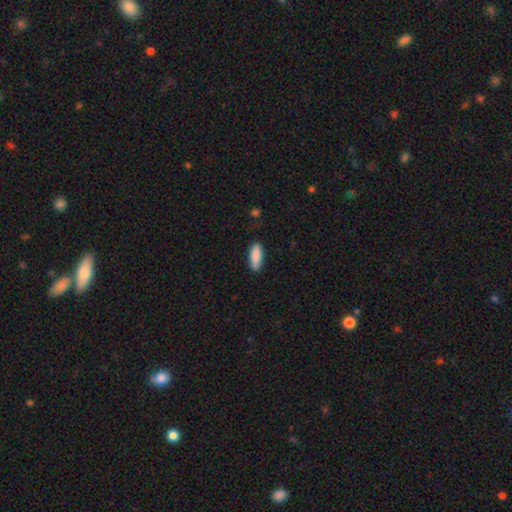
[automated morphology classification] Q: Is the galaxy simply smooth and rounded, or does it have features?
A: smooth — 88%.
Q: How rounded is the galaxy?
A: in between — 62%.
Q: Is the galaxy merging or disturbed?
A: none — 85%.